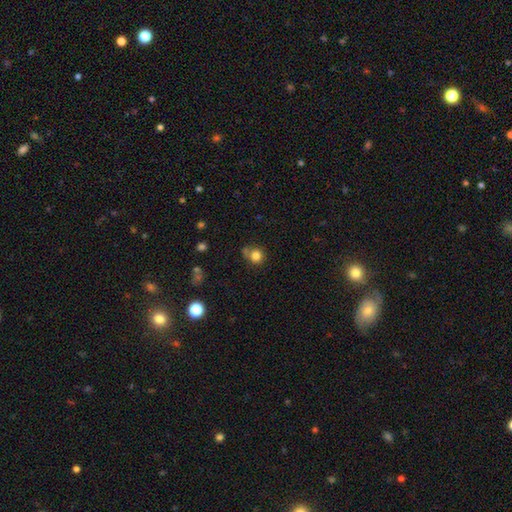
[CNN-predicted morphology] Q: Smooth or featured?
A: smooth (81%); runner-up: star or artifact (11%)
Q: How rounded?
A: round (84%); runner-up: in between (15%)
Q: Merging?
A: none (59%); runner-up: minor disturbance (21%)